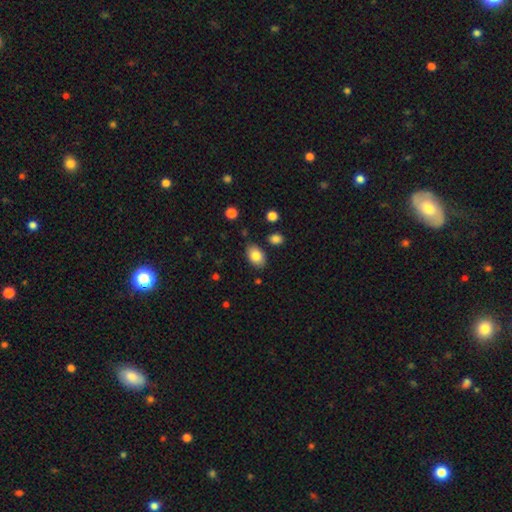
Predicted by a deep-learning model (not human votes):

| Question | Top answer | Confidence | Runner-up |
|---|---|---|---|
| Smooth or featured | smooth | 83% | featured or disk (9%) |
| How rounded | in between | 88% | round (11%) |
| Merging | none | 83% | minor disturbance (12%) |